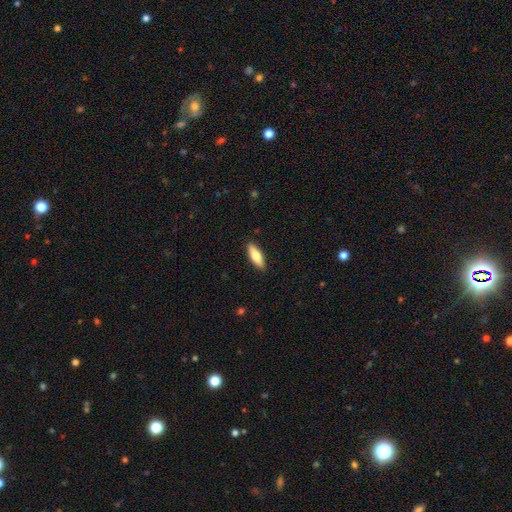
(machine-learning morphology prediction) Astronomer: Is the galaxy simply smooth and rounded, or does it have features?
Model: smooth — 75%.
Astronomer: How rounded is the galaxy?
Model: in between — 51% (runner-up: cigar-shaped, 47%).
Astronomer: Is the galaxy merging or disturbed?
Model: none — 89%.